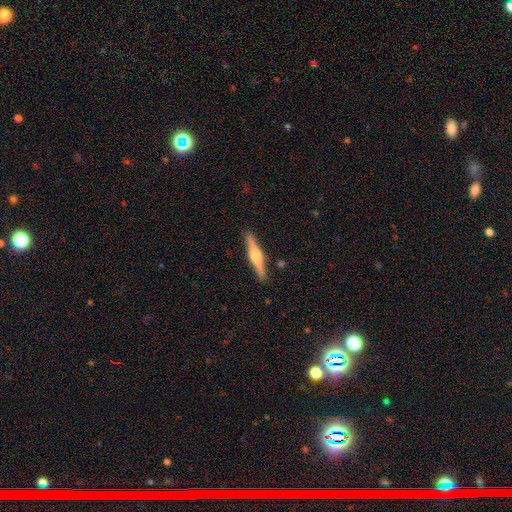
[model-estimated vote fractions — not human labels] featured or disk 69%, smooth 26%, star or artifact 5%. Down the decision tree: edge-on disk — yes (98%); edge-on bulge — rounded (90%); merging — none (90%).